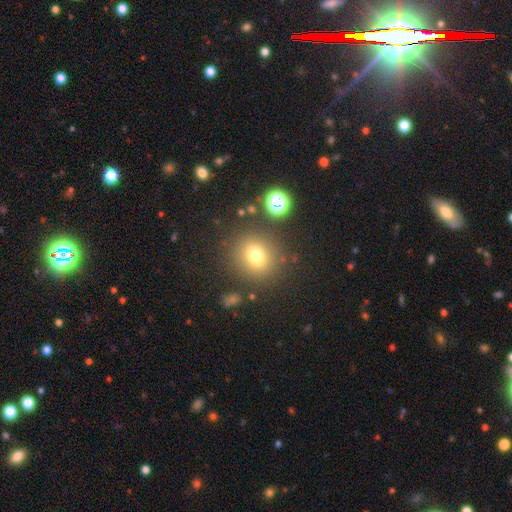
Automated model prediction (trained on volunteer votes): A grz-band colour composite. It shows a smooth galaxy with no disk features (73%) that is round (81%). Merging: none (82%).